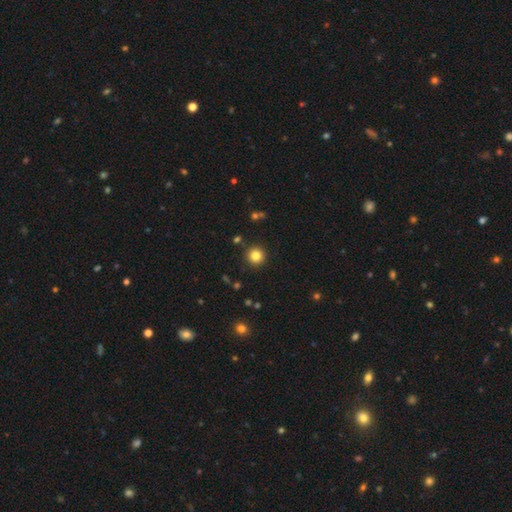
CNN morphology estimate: smooth-or-featured: smooth: 82% | star or artifact: 12% | featured or disk: 6%
  how-rounded: round: 95% | in between: 4% | cigar-shaped: 1%
  merging: none: 90% | minor disturbance: 6% | merger: 2% | major disturbance: 2%